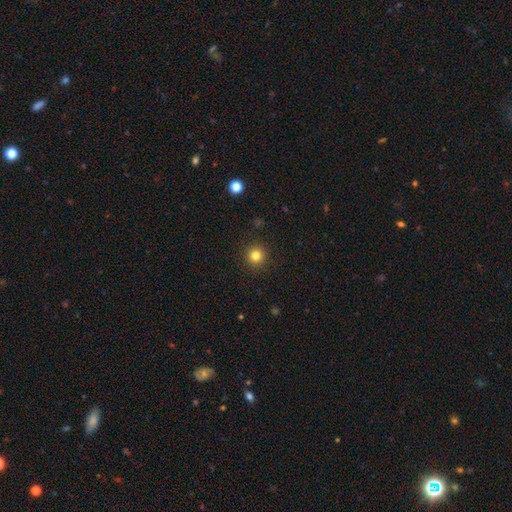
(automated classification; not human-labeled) smooth_or_featured: smooth (p=0.81) [alt: star or artifact p=0.13]
how_rounded: round (p=0.95) [alt: in between p=0.04]
merging: none (p=0.92) [alt: minor disturbance p=0.05]